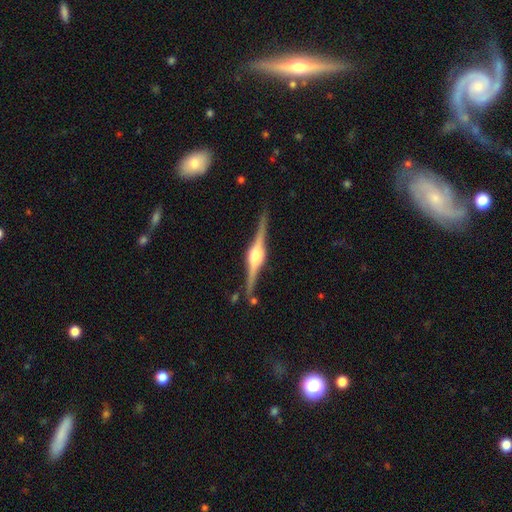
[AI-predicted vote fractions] smooth_or_featured: featured or disk (p=0.88) [alt: smooth p=0.07]
disk_edge_on: yes (p=0.98) [alt: no p=0.02]
edge_on_bulge: rounded (p=0.88) [alt: boxy p=0.10]
merging: none (p=0.87) [alt: minor disturbance p=0.09]